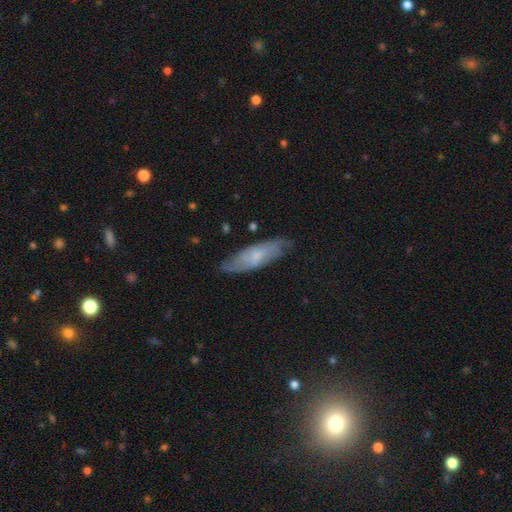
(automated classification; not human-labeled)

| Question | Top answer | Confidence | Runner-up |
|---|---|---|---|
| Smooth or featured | featured or disk | 50% | smooth (43%) |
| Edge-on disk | no | 73% | yes (27%) |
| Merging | none | 72% | minor disturbance (21%) |